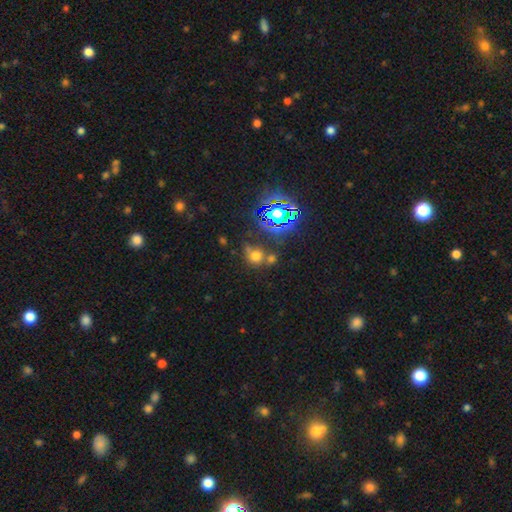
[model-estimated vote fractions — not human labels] This is possibly a smooth galaxy (58%). How rounded: likely round (80%). Merging: possibly none (55%).